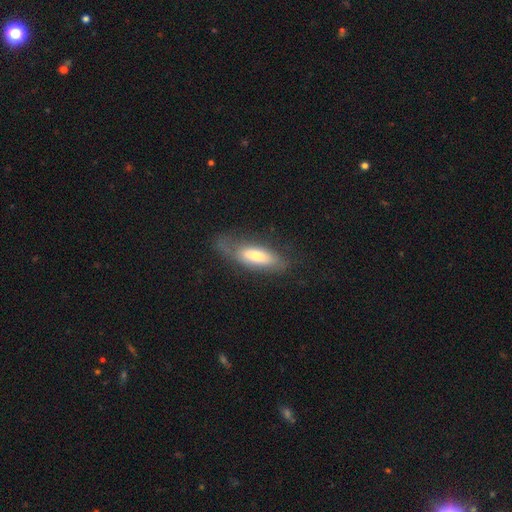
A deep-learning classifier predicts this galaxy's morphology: Smooth or featured: smooth — 58% (featured or disk — 35%)
How rounded: in between — 57% (cigar-shaped — 41%)
Merging: none — 56% (minor disturbance — 25%)